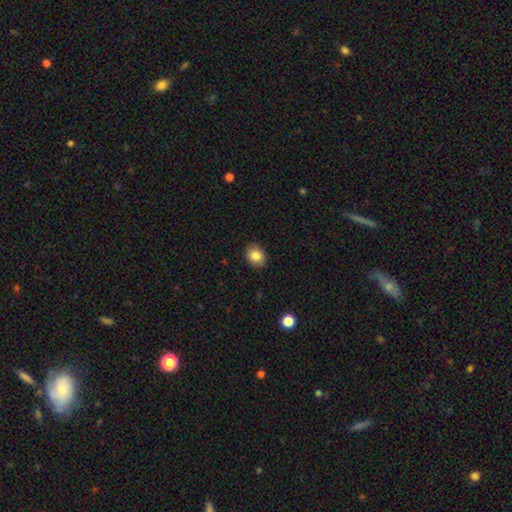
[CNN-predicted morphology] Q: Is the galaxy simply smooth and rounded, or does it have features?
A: smooth — 85%.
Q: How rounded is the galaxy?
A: round — 52%.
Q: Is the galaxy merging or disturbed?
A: none — 89%.